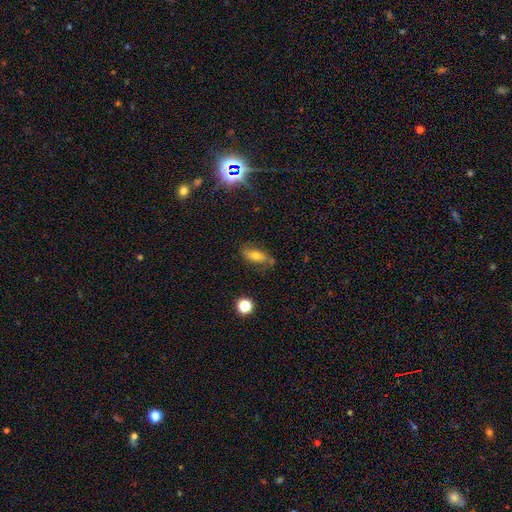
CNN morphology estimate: smooth 65%, featured or disk 23%, star or artifact 12%. Down the decision tree: how rounded — in between (74%); merging — none (68%).